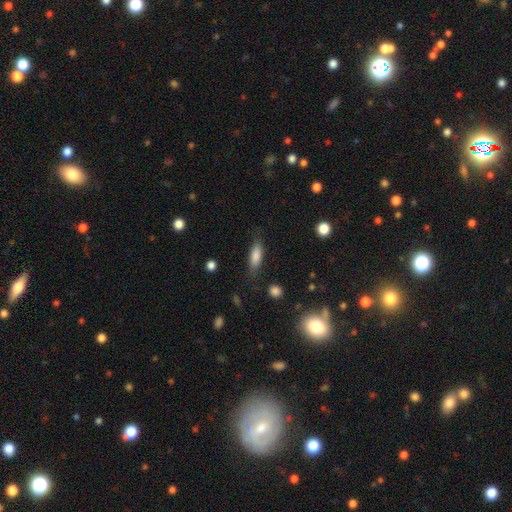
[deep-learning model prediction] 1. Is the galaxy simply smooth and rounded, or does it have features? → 80% smooth, 13% featured or disk, 7% star or artifact.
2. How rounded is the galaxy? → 63% in between, 35% cigar-shaped, 3% round.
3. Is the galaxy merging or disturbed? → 76% none, 17% minor disturbance, 5% major disturbance, 2% merger.